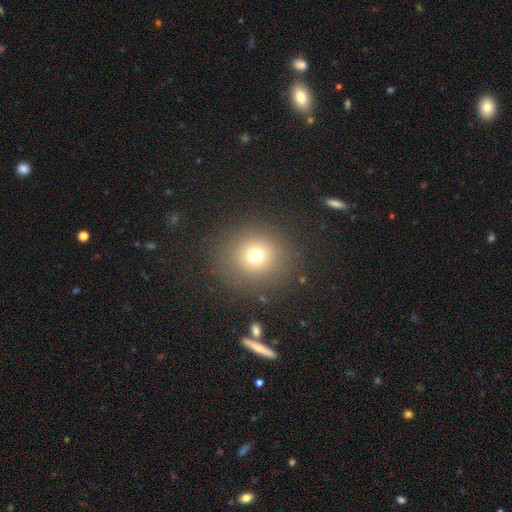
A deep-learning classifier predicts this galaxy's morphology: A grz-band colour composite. It shows a smooth galaxy with no disk features (72%) that is round (89%). Merging: none (87%).